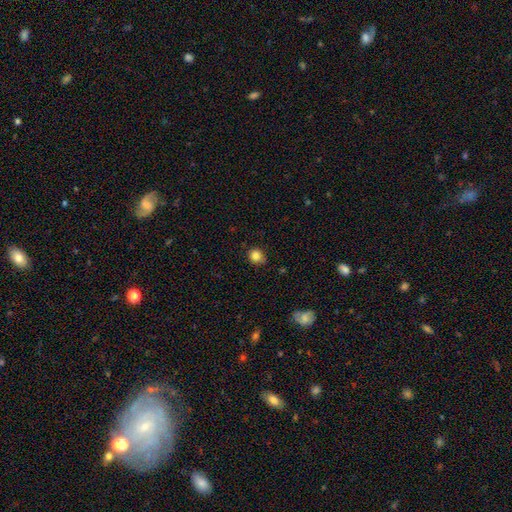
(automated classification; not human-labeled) Overall: smooth (84%). How rounded: round (86%). Merging: none (76%).